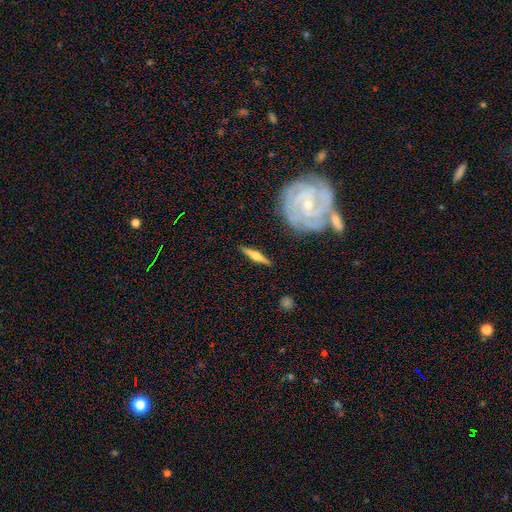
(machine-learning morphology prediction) A featured or disk galaxy (65%) viewed edge-on (91%) with a rounded central bulge (87%). Merging: none (88%).